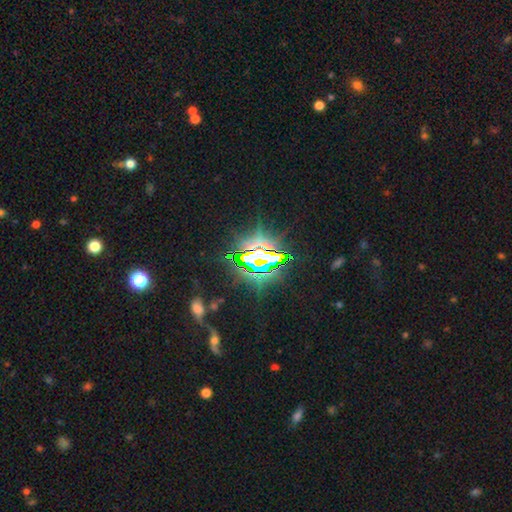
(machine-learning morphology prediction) A star or artifact, not a galaxy (82%).